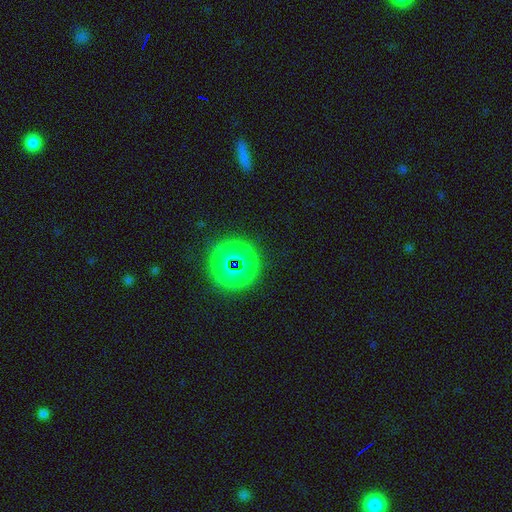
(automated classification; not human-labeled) The model was most divided on "smooth or featured": star or artifact: 77%, smooth: 16%, featured or disk: 7%.